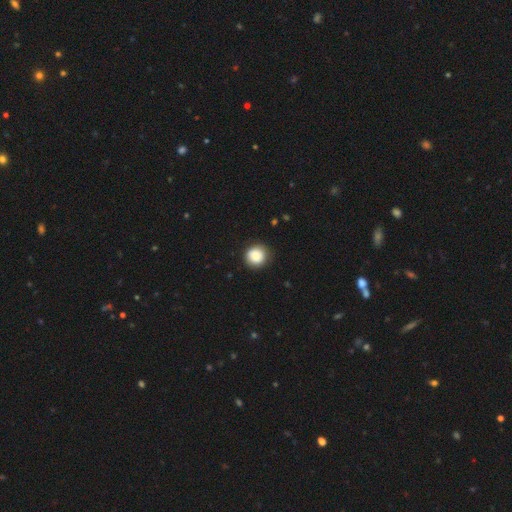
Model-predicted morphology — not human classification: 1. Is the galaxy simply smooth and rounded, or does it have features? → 87% smooth, 8% star or artifact, 5% featured or disk.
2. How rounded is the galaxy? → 92% round, 7% in between, 1% cigar-shaped.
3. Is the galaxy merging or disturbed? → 86% none, 10% minor disturbance, 2% major disturbance, 1% merger.